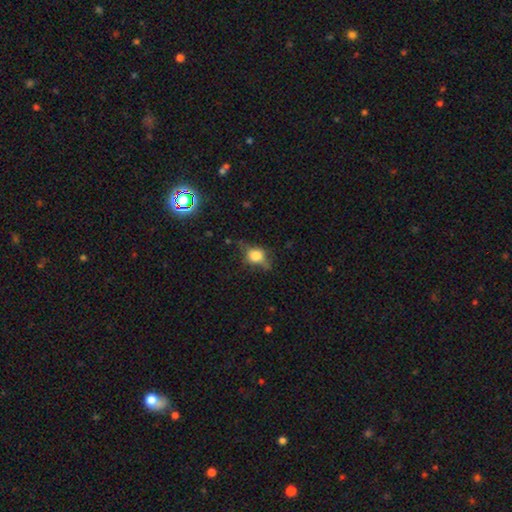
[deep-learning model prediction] The model was most divided on "how rounded": round: 54%, in between: 43%, cigar-shaped: 3%. More confident: smooth or featured — smooth (68%); merging — none (56%).